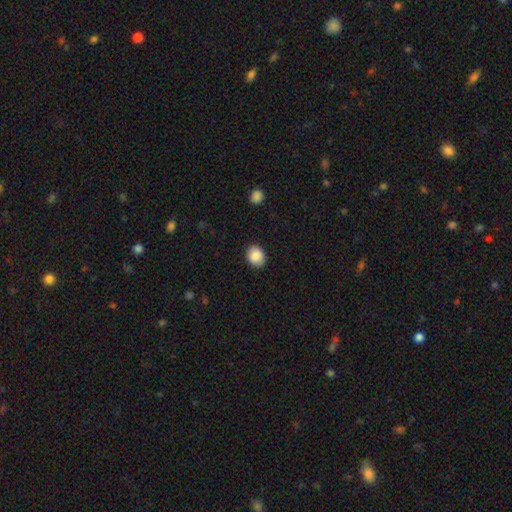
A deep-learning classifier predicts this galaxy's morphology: Overall: smooth (89%). How rounded: round (52%; in between 47%). Merging: none (88%).